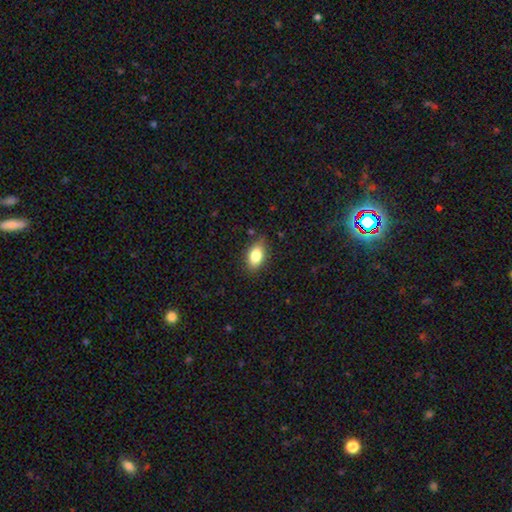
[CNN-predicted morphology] This appears to be a smooth galaxy with no disk features (82%) that is in between round and cigar-shaped (89%). Merging: none (82%).